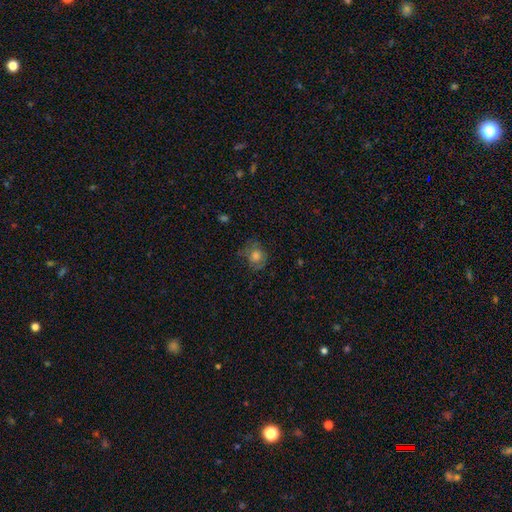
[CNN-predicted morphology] Smooth or featured?
  - smooth: 61% *
  - featured or disk: 23%
  - star or artifact: 16%
How rounded?
  - round: 69% *
  - in between: 30%
  - cigar-shaped: 1%
Merging?
  - none: 66% *
  - minor disturbance: 21%
  - major disturbance: 11%
  - merger: 2%